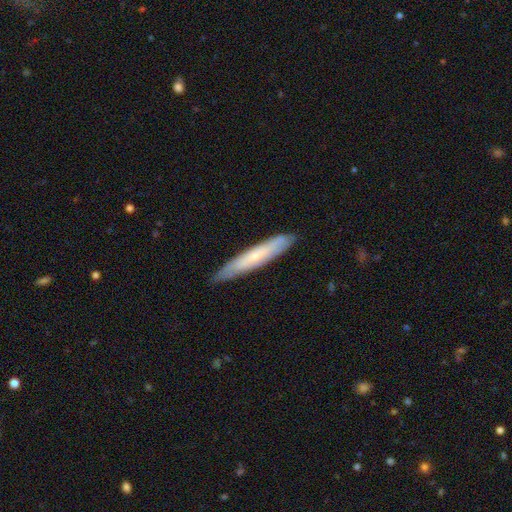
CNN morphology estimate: This appears to be a smooth galaxy with no disk features (52%) that is cigar-shaped (92%). Merging: none (86%).